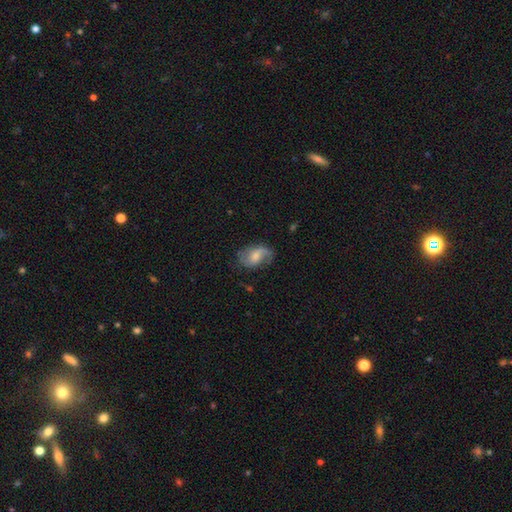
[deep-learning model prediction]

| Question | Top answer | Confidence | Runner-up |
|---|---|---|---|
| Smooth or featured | featured or disk | 63% | smooth (30%) |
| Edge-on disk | no | 96% | yes (4%) |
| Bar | no | 48% | weak (42%) |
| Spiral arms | yes | 90% | no (10%) |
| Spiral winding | loose | 55% | medium (34%) |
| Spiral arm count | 2 | 78% | 1 (12%) |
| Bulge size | moderate | 45% | small (39%) |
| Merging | none | 65% | minor disturbance (22%) |